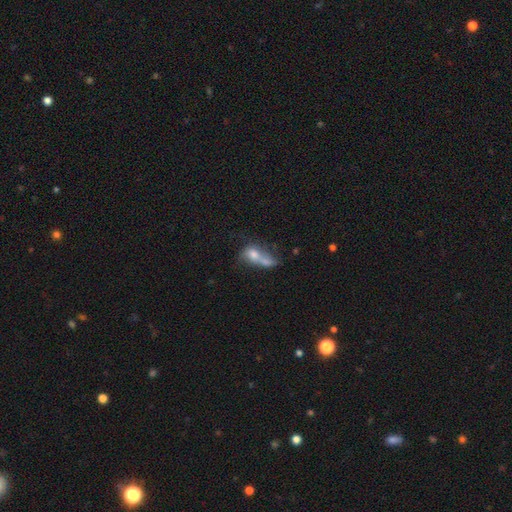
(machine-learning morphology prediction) This appears to be a smooth galaxy with no disk features (60%) that is in between round and cigar-shaped (66%). Merging: merger (55%).